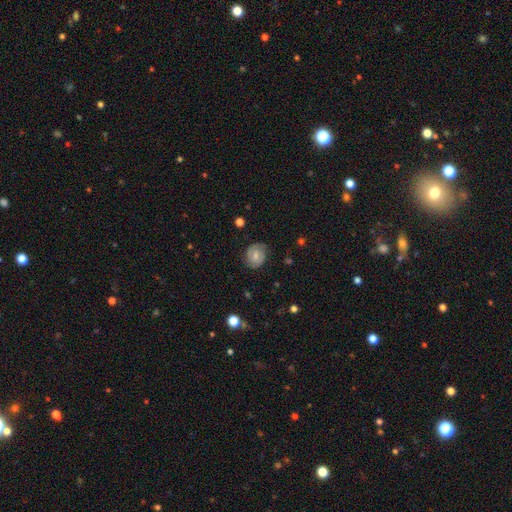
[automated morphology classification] type=featured or disk (67%); edge-on=no (98%); bar=no (45%); spiral arms=yes (91%); winding=tight (55%); arm count=2 (82%); bulge=small (46%); merging=none (80%).